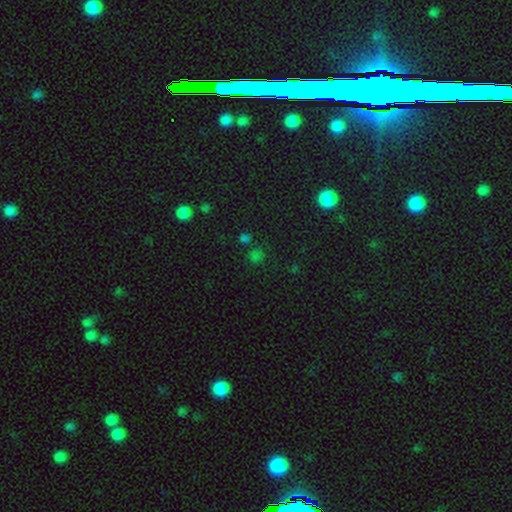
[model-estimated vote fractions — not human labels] smooth 57%, star or artifact 38%, featured or disk 6%. Down the decision tree: how rounded — round (81%); merging — none (68%).